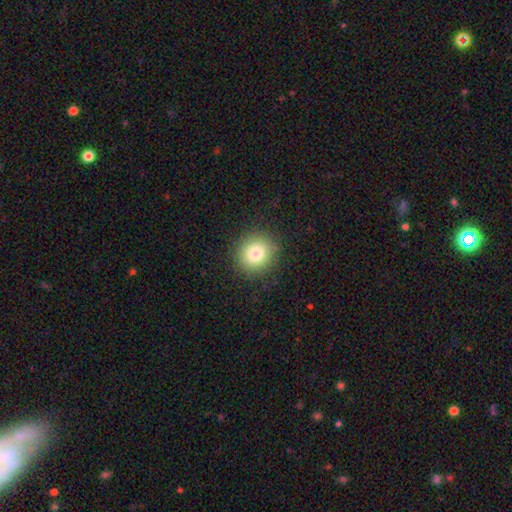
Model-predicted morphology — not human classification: Q: Smooth or featured?
A: smooth (80%); runner-up: star or artifact (11%)
Q: How rounded?
A: round (84%); runner-up: in between (15%)
Q: Merging?
A: none (88%); runner-up: minor disturbance (8%)